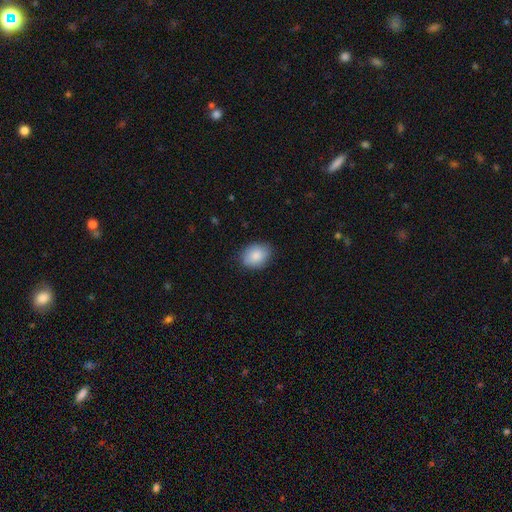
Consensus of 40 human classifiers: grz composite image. It shows a smooth galaxy with no disk features (88%) that is in between round and cigar-shaped (77%). Merging: none (92%).